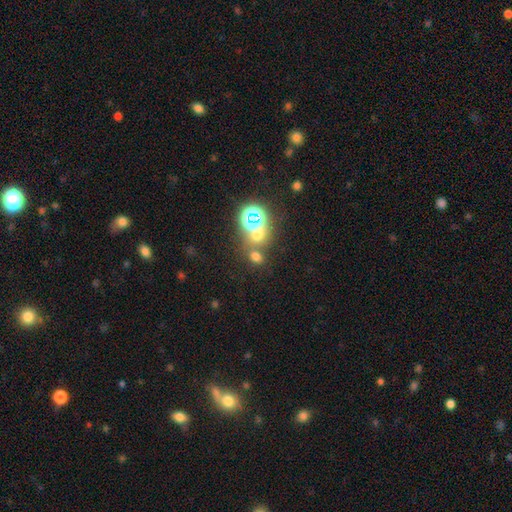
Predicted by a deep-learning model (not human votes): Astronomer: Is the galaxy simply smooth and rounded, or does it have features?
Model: smooth — 54% (runner-up: star or artifact, 38%).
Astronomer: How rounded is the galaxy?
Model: round — 64%.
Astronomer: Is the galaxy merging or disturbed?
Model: none — 61%.